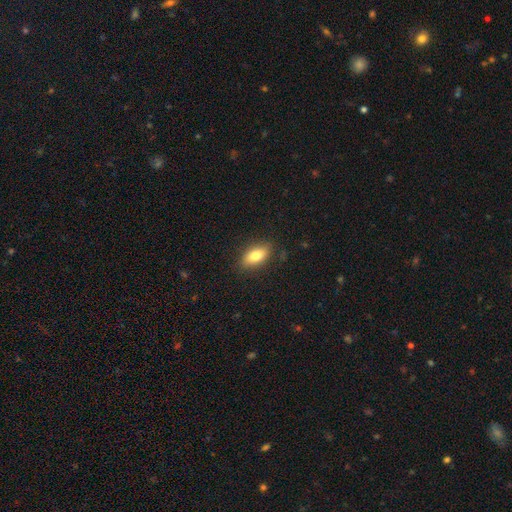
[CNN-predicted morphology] Q: Smooth or featured?
A: smooth (79%); runner-up: featured or disk (14%)
Q: How rounded?
A: in between (85%); runner-up: cigar-shaped (11%)
Q: Merging?
A: none (85%); runner-up: minor disturbance (11%)